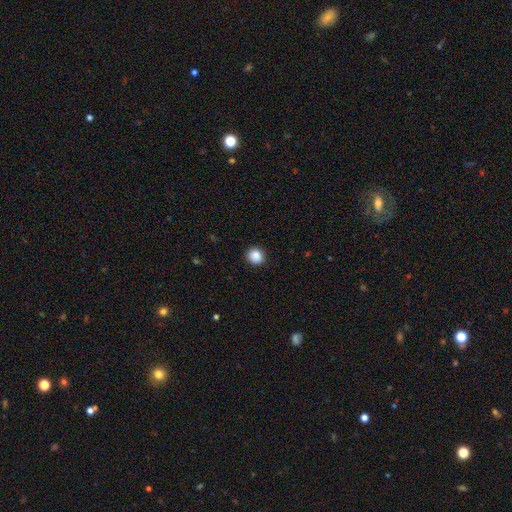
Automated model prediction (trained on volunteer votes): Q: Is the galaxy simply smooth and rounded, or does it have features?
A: smooth — 88%.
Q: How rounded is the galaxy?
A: round — 90%.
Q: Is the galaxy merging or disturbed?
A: none — 92%.